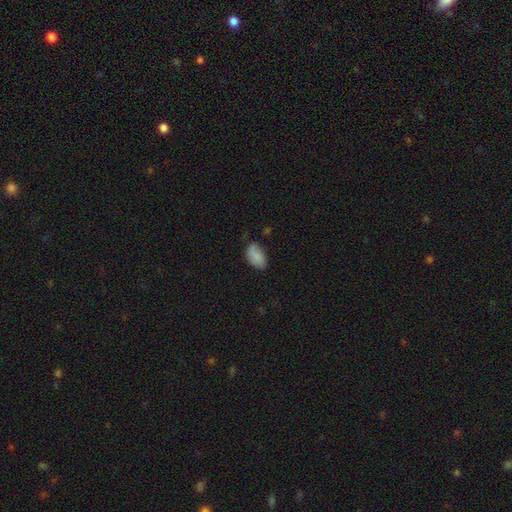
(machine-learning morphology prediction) type=smooth (85%); roundness=in between (93%); merging=none (65%).